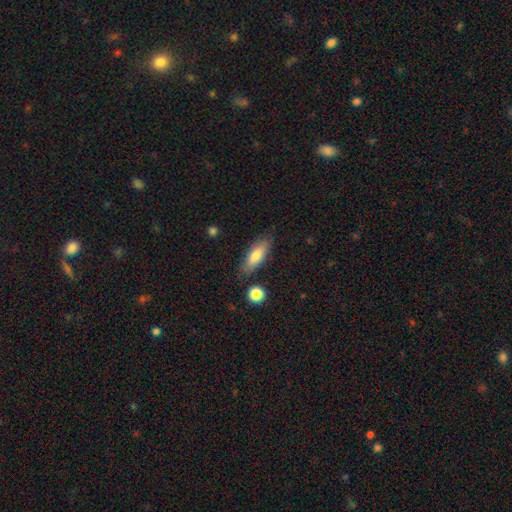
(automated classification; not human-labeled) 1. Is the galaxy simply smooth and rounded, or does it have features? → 77% smooth, 17% featured or disk, 6% star or artifact.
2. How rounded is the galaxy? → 60% in between, 38% cigar-shaped, 2% round.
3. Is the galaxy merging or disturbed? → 80% none, 14% minor disturbance, 3% major disturbance, 3% merger.